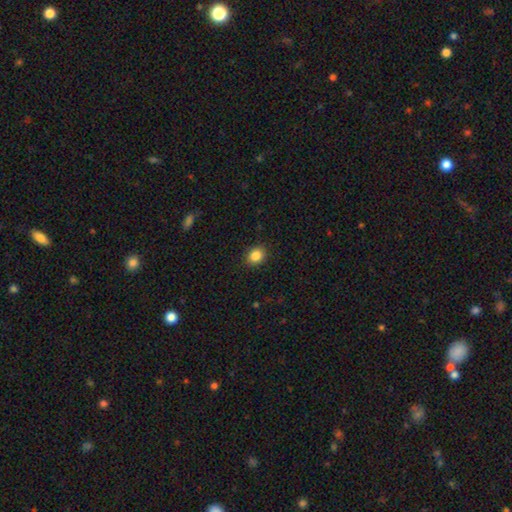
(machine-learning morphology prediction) This is clearly a smooth galaxy (85%). How rounded: possibly round (55%). Merging: clearly none (90%).